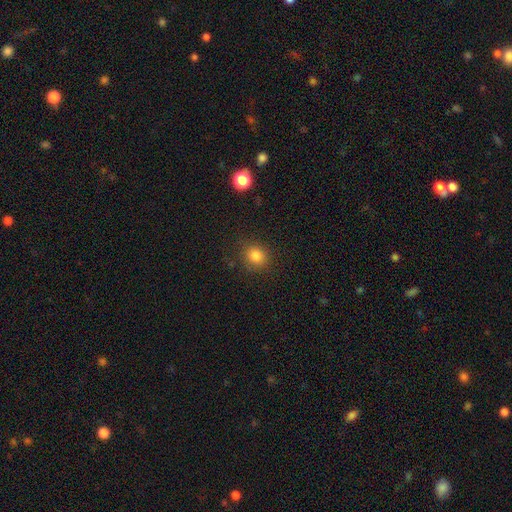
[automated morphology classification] Smooth or featured?
  - smooth: 82% *
  - star or artifact: 13%
  - featured or disk: 5%
How rounded?
  - round: 82% *
  - in between: 17%
  - cigar-shaped: 1%
Merging?
  - none: 87% *
  - minor disturbance: 9%
  - major disturbance: 3%
  - merger: 1%